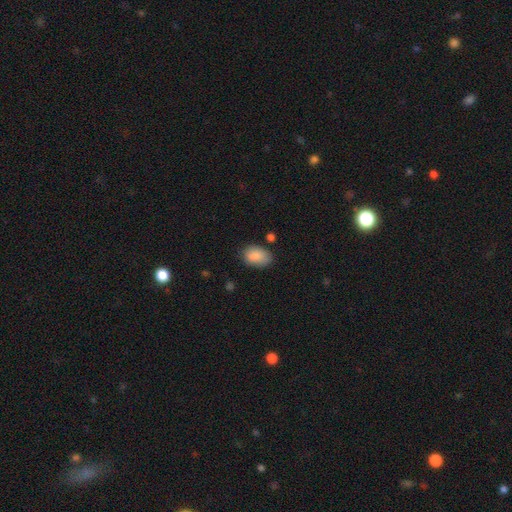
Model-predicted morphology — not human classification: This appears to be a smooth galaxy with no disk features (87%) that is in between round and cigar-shaped (83%). Merging: none (71%).